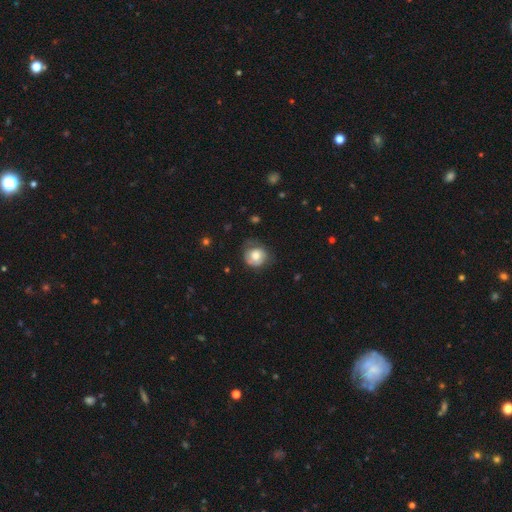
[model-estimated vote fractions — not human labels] Q: Smooth or featured?
A: smooth (64%); runner-up: featured or disk (27%)
Q: How rounded?
A: round (79%); runner-up: in between (20%)
Q: Merging?
A: none (56%); runner-up: minor disturbance (28%)